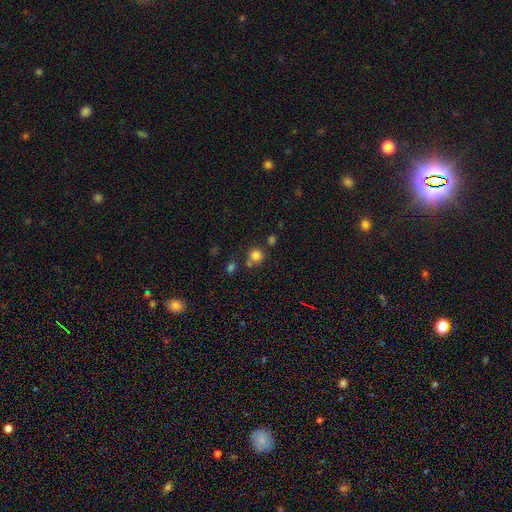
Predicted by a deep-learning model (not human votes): A smooth galaxy with no disk features (81%) that is round (90%). Merging: none (68%).